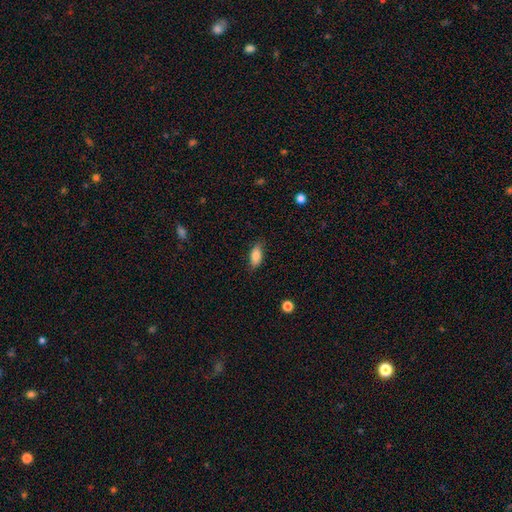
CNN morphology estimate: This appears to be a smooth galaxy with no disk features (84%) that is in between round and cigar-shaped (87%). Merging: none (81%).